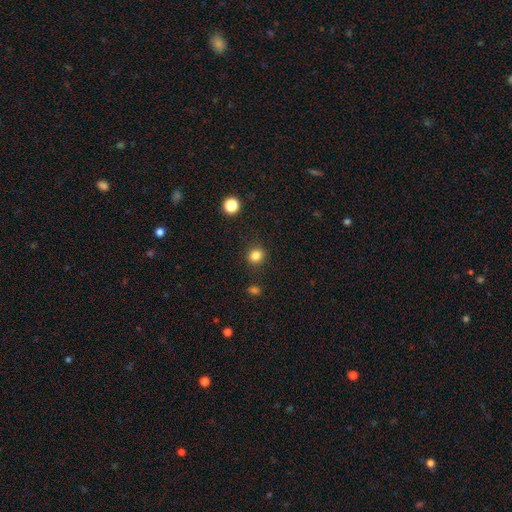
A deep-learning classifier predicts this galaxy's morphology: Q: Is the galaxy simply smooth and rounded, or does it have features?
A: smooth — 83%.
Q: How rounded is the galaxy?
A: round — 79%.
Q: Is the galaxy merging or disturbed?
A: none — 88%.